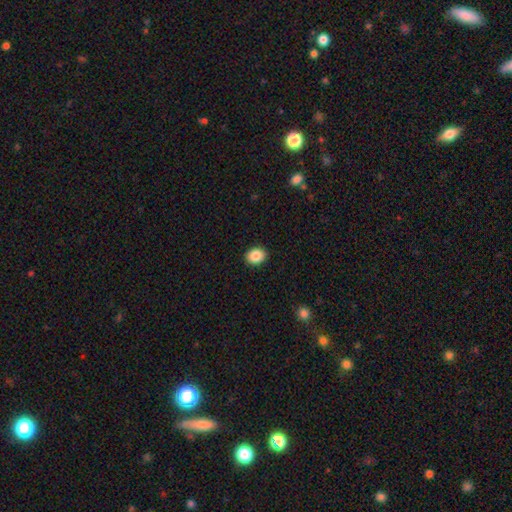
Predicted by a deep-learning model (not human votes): Smooth or featured: smooth — 88% (star or artifact — 8%)
How rounded: round — 50% (tied with in between — 50%)
Merging: none — 91% (minor disturbance — 6%)